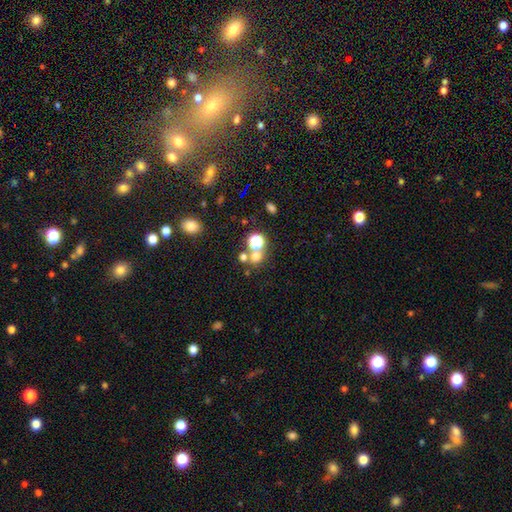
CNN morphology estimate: Smooth or featured? smooth (62%)
How rounded? round (84%)
Merging? none (59%)